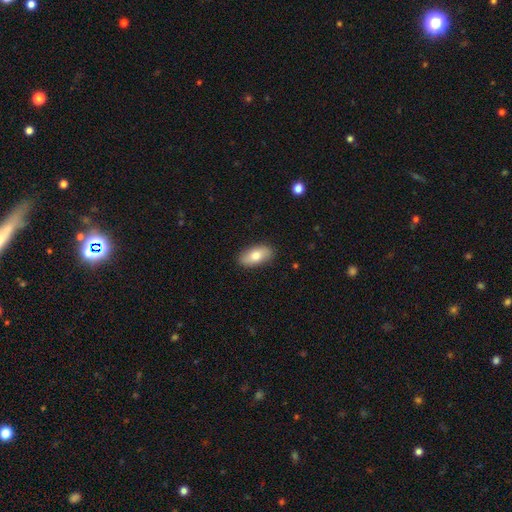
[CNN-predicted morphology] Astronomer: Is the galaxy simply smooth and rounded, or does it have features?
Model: smooth — 77%.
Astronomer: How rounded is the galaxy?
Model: in between — 91%.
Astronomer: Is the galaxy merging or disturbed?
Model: none — 88%.